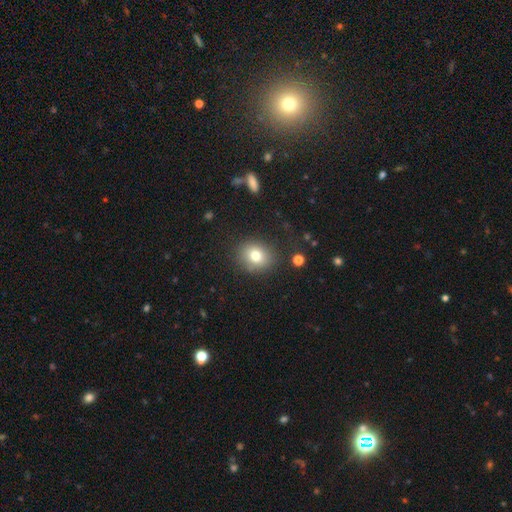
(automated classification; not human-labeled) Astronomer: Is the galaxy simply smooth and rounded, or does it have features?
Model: smooth — 76%.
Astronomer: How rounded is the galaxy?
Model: round — 68%.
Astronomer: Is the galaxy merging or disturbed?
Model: none — 85%.